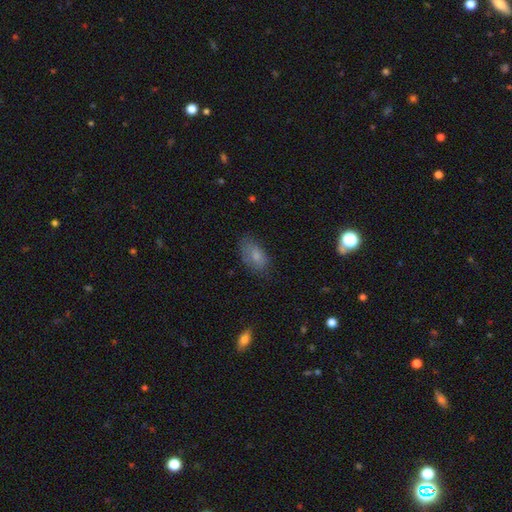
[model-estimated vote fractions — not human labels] Morphology: type=smooth (77%); roundness=in between (91%); merging=none (64%).